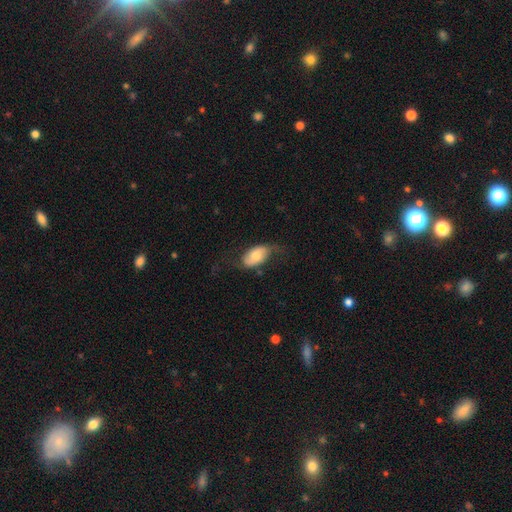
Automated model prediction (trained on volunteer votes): Smooth or featured? smooth (57%)
How rounded? in between (92%)
Merging? none (54%)